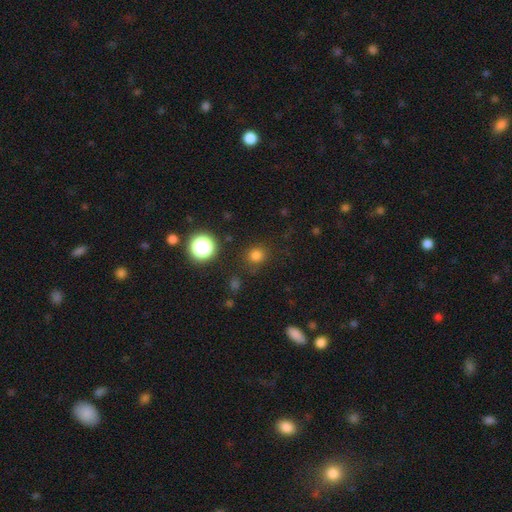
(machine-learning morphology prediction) Overall: smooth (77%). How rounded: round (91%). Merging: none (85%).